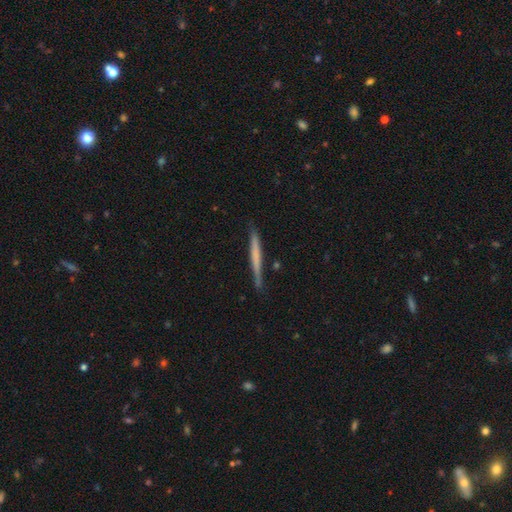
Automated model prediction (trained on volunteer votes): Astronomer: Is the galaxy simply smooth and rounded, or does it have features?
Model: smooth — 53% (runner-up: featured or disk, 42%).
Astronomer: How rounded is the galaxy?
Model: cigar-shaped — 97%.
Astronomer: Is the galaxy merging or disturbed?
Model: none — 85%.